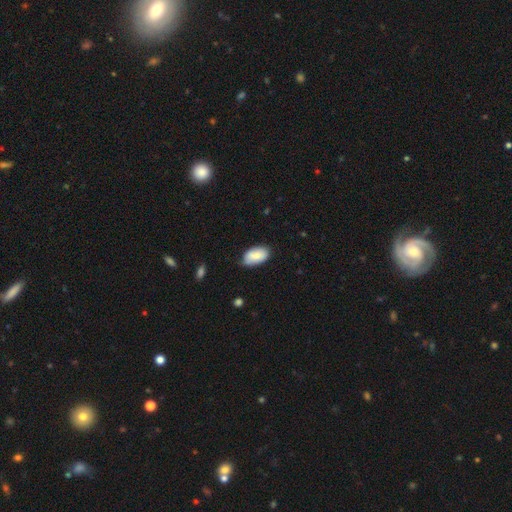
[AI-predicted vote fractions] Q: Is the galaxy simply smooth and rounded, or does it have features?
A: smooth — 83%.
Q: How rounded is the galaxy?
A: in between — 95%.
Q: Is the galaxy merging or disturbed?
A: none — 73%.